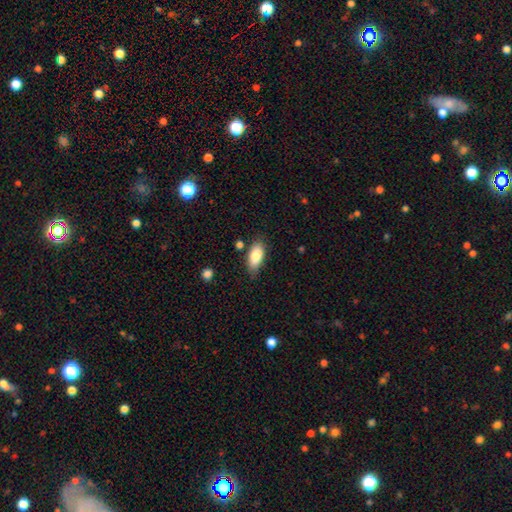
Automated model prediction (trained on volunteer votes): Smooth or featured?
  - smooth: 84% *
  - featured or disk: 9%
  - star or artifact: 7%
How rounded?
  - in between: 86% *
  - cigar-shaped: 12%
  - round: 3%
Merging?
  - none: 76% *
  - minor disturbance: 17%
  - major disturbance: 4%
  - merger: 3%